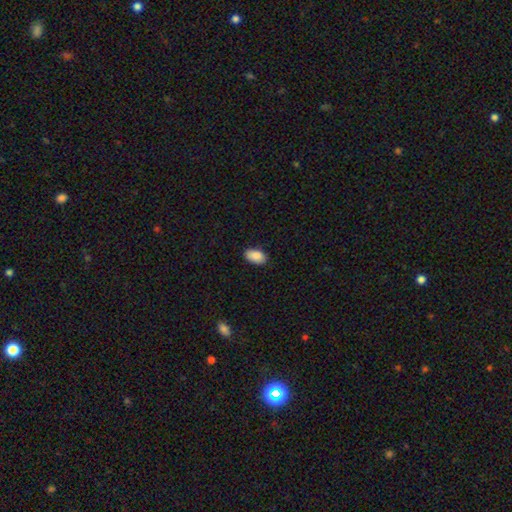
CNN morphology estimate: This is clearly a smooth galaxy (90%). How rounded: clearly in between (94%). Merging: clearly none (87%).